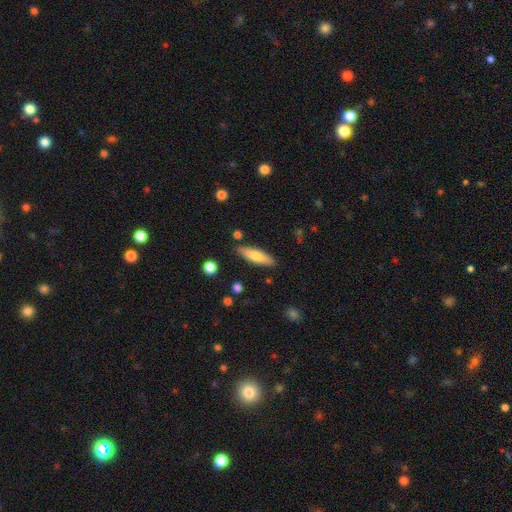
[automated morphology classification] Overall: smooth (67%). How rounded: cigar-shaped (66%; in between 33%). Merging: none (85%).